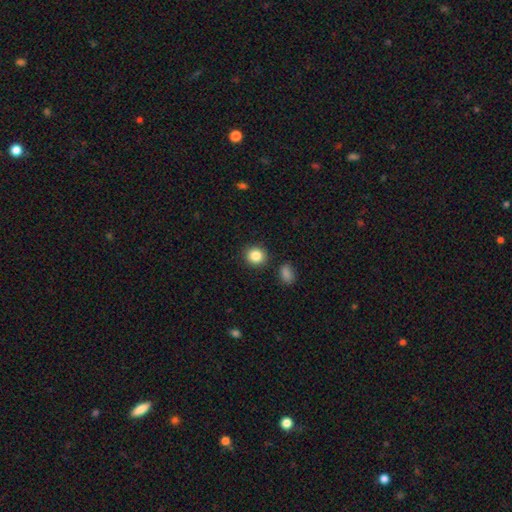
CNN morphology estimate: A smooth galaxy with no disk features (86%) that is round (88%).

Vote fractions:
- Smooth or featured? smooth: 86% / star or artifact: 9% / featured or disk: 5%
- How rounded? round: 88% / in between: 11% / cigar-shaped: 1%
- Merging? none: 88% / minor disturbance: 6% / merger: 3% / major disturbance: 2%